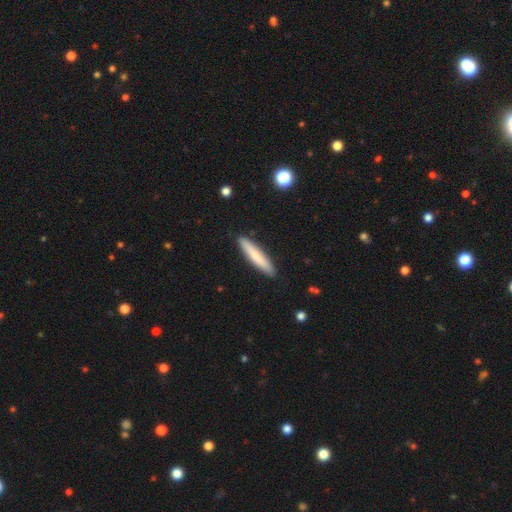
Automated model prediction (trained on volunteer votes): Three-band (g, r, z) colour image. It shows a smooth galaxy with no disk features (76%) that is cigar-shaped (91%). Merging: none (90%).